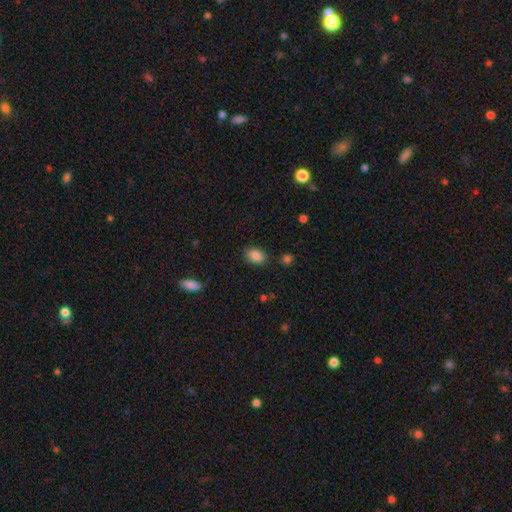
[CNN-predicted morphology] This appears to be a smooth galaxy with no disk features (85%) that is in between round and cigar-shaped (84%). Merging: none (83%).